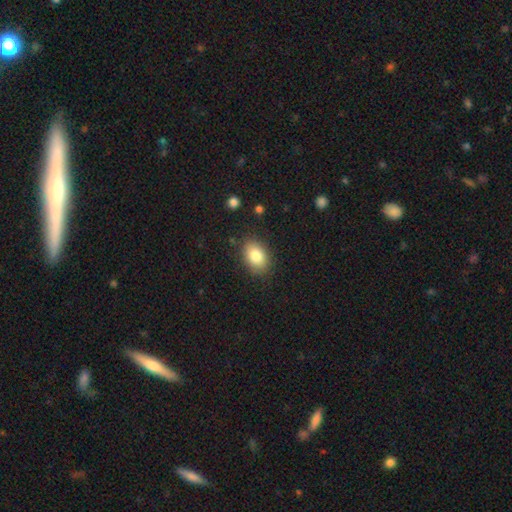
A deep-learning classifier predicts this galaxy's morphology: Overall: smooth (83%). How rounded: in between (80%). Merging: none (84%).